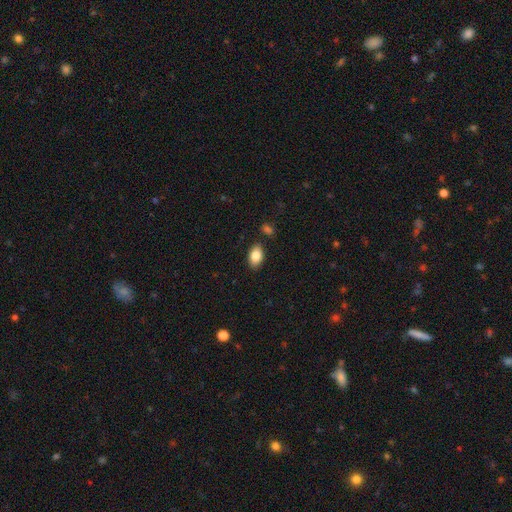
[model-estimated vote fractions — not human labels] Morphology: type=smooth (84%); roundness=in between (91%); merging=none (85%).